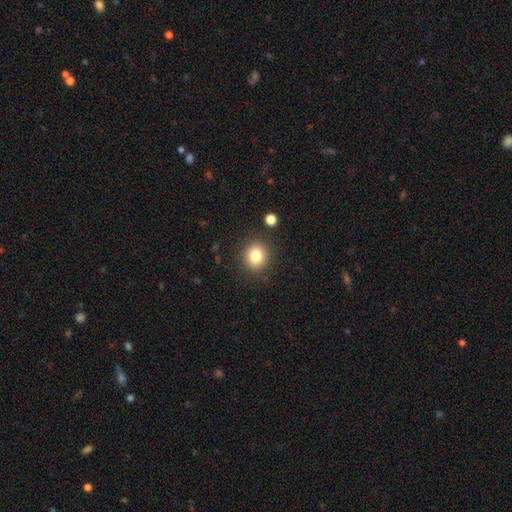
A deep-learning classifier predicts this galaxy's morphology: This is clearly a smooth galaxy (81%). How rounded: likely round (78%). Merging: clearly none (87%).